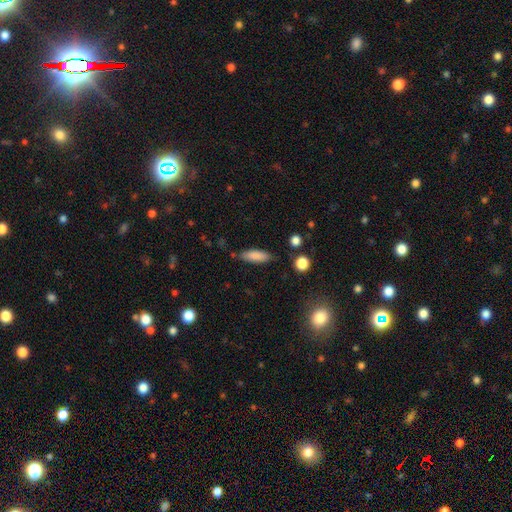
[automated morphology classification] A smooth galaxy with no disk features (85%) that is in between round and cigar-shaped (54%). Merging: none (78%).